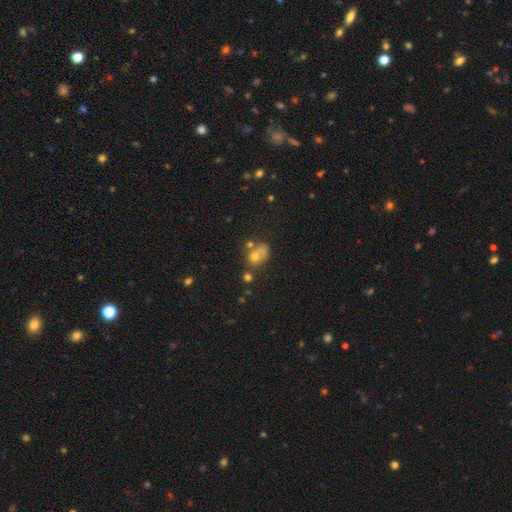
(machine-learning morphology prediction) Q: Smooth or featured?
A: smooth (61%); runner-up: featured or disk (20%)
Q: How rounded?
A: round (53%); runner-up: in between (46%)
Q: Merging?
A: none (38%); runner-up: merger (35%)